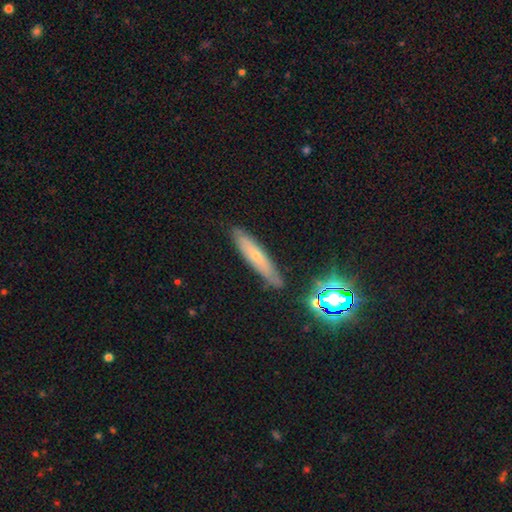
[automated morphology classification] Smooth or featured: smooth — 50% (featured or disk — 40%)
Merging: none — 84% (minor disturbance — 12%)